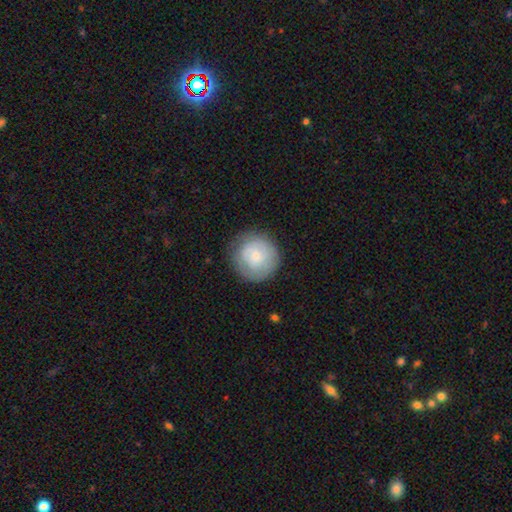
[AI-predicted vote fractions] smooth_or_featured: smooth (p=0.65) [alt: featured or disk p=0.29]
how_rounded: round (p=0.94) [alt: in between p=0.05]
merging: none (p=0.79) [alt: minor disturbance p=0.15]